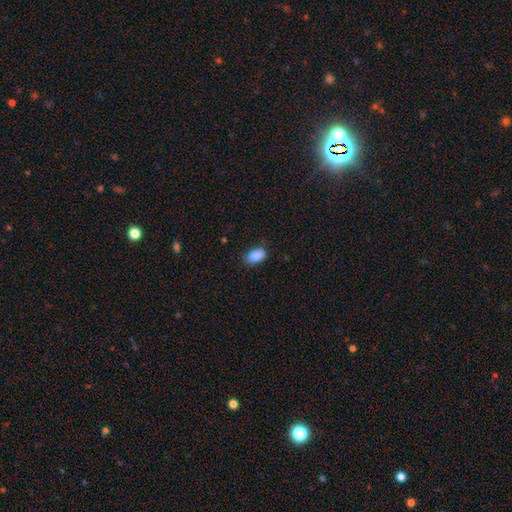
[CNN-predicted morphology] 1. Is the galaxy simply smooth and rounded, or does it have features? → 87% smooth, 8% star or artifact, 6% featured or disk.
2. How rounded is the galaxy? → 91% in between, 7% round, 2% cigar-shaped.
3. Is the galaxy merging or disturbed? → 76% none, 19% minor disturbance, 3% major disturbance, 1% merger.